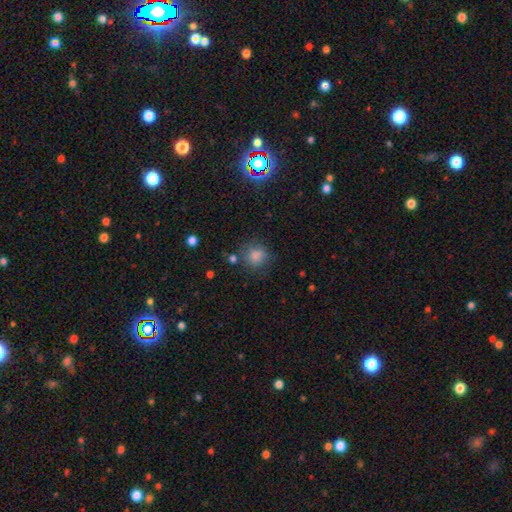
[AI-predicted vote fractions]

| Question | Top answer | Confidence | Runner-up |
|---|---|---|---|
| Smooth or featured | smooth | 80% | star or artifact (12%) |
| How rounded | round | 82% | in between (17%) |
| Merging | none | 68% | minor disturbance (18%) |